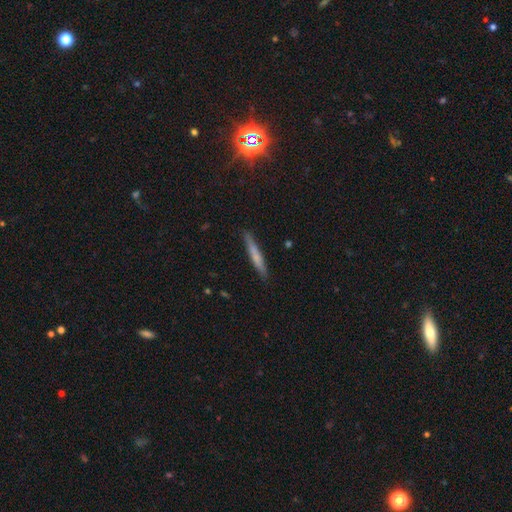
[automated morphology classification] A smooth galaxy with no disk features (64%) that is cigar-shaped (96%).

Vote fractions:
- Smooth or featured? smooth: 64% / featured or disk: 30% / star or artifact: 6%
- How rounded? cigar-shaped: 96% / in between: 3% / round: 1%
- Merging? none: 89% / minor disturbance: 8% / major disturbance: 1% / merger: 1%